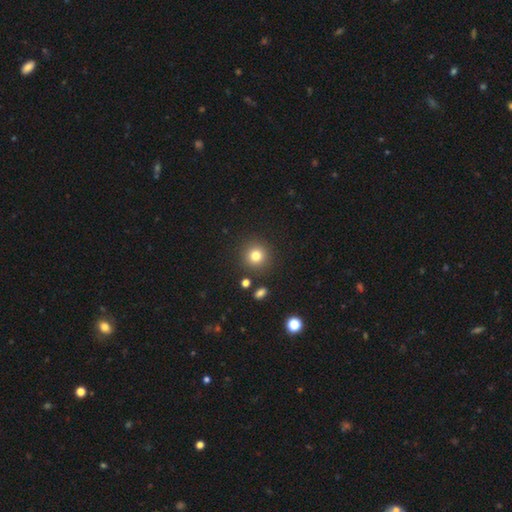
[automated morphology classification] smooth-or-featured: smooth: 80% | star or artifact: 13% | featured or disk: 7%
  how-rounded: round: 93% | in between: 6% | cigar-shaped: 1%
  merging: none: 88% | minor disturbance: 6% | merger: 3% | major disturbance: 3%